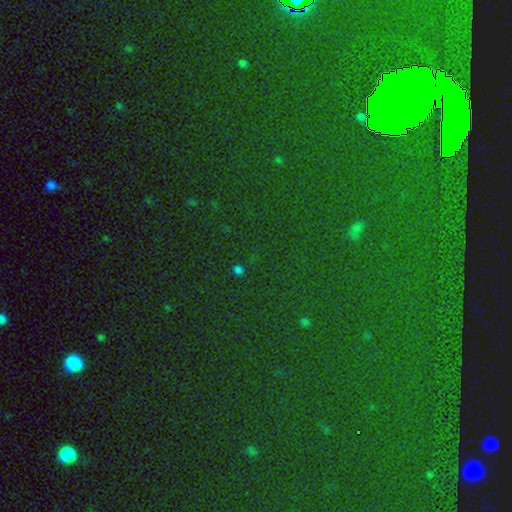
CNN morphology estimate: Smooth or featured? star or artifact (79%)